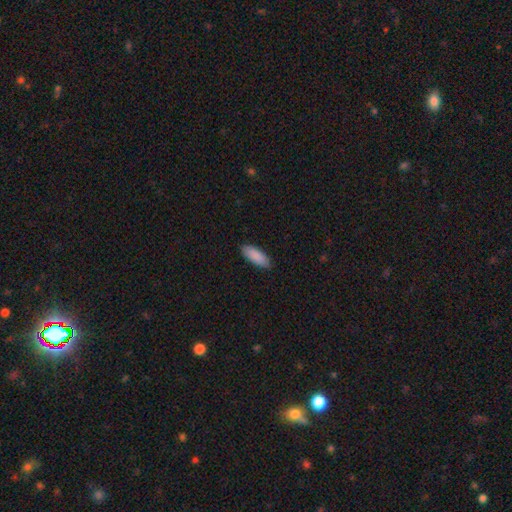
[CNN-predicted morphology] Overall: smooth (90%). How rounded: in between (74%). Merging: none (88%).